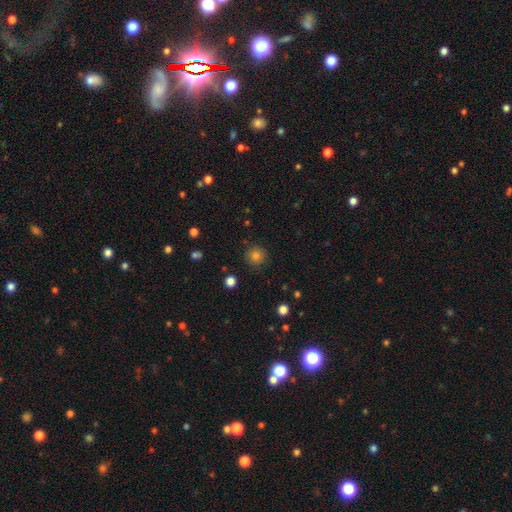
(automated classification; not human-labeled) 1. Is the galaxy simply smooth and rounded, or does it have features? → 82% smooth, 12% star or artifact, 6% featured or disk.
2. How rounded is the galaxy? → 93% round, 6% in between, 1% cigar-shaped.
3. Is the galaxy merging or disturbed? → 88% none, 8% minor disturbance, 3% major disturbance, 1% merger.